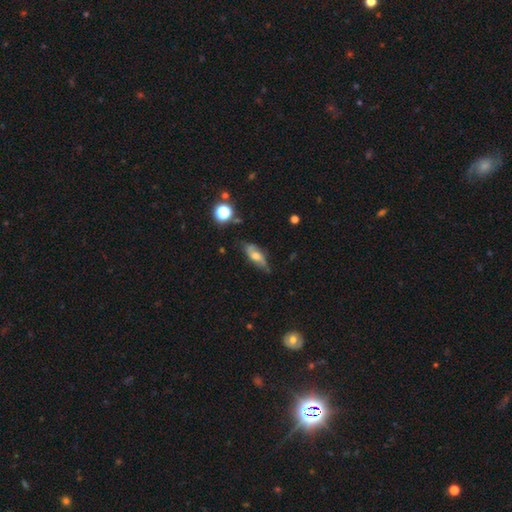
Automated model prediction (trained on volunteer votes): This is possibly a featured or disk galaxy (51%). It is likely not viewed edge-on (78%). Merging: likely none (69%).